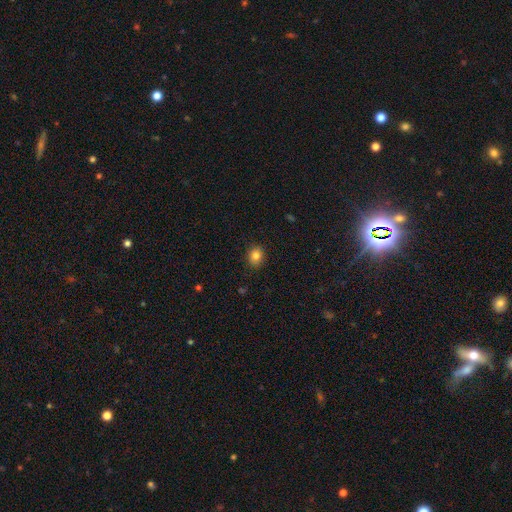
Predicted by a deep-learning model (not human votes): The model was most divided on "how rounded": round: 64%, in between: 36%, cigar-shaped: 1%. More confident: merging — none (89%); smooth or featured — smooth (83%).